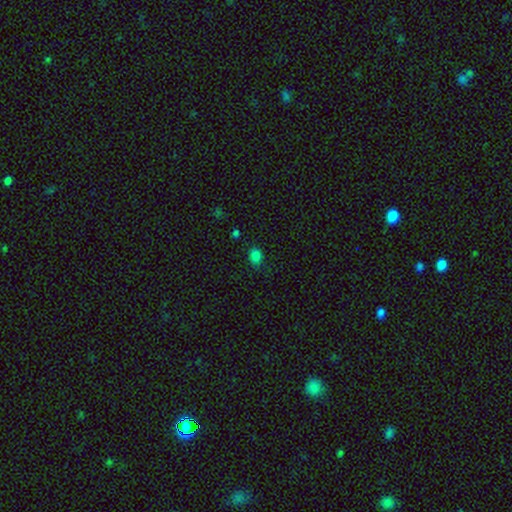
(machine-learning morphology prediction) Smooth or featured? Predicted: smooth (p=0.82). How rounded? Predicted: in between (p=0.56). Merging? Predicted: none (p=0.77).